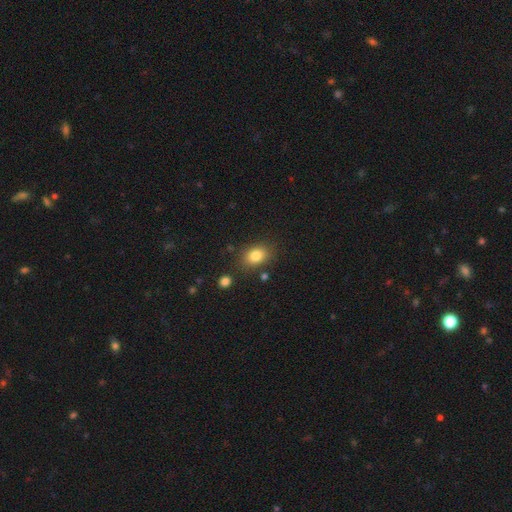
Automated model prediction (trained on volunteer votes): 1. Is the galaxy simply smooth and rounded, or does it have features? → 83% smooth, 10% star or artifact, 7% featured or disk.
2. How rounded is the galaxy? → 70% in between, 29% round, 1% cigar-shaped.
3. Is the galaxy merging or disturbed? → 79% none, 12% minor disturbance, 4% merger, 4% major disturbance.